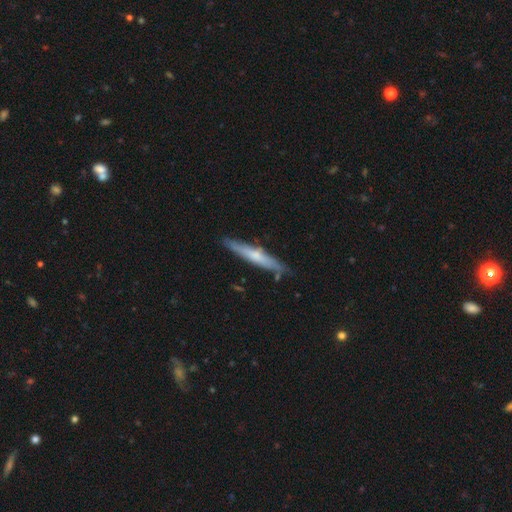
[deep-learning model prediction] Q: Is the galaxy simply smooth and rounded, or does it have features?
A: featured or disk — 48%.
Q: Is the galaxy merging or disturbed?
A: none — 82%.